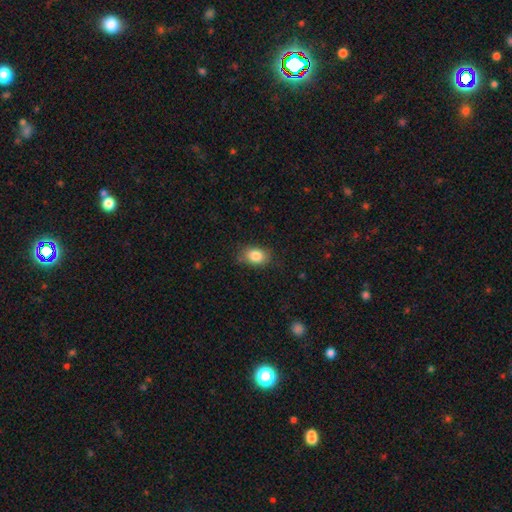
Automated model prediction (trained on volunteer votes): This is clearly a smooth galaxy (85%). How rounded: likely in between (75%). Merging: likely none (77%).